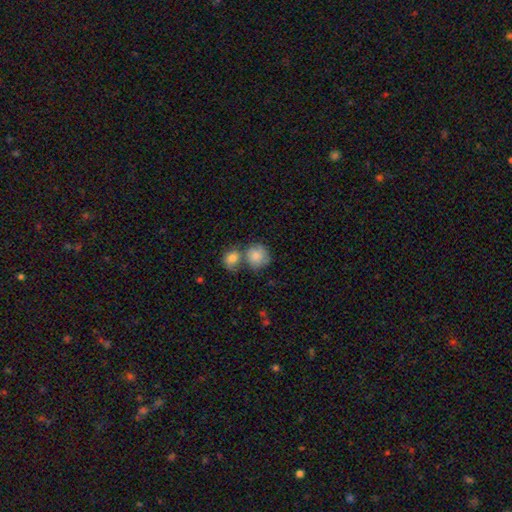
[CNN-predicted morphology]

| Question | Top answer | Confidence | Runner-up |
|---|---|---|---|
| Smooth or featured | smooth | 79% | featured or disk (13%) |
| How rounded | round | 82% | in between (17%) |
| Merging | merger | 43% | none (41%) |